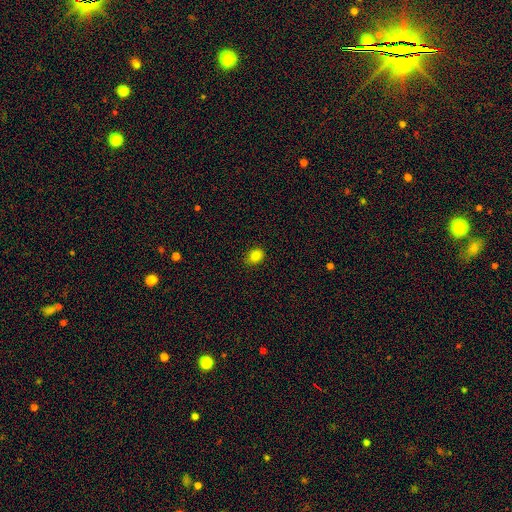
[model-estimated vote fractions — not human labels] Q: Smooth or featured?
A: smooth (84%); runner-up: star or artifact (12%)
Q: How rounded?
A: in between (62%); runner-up: round (37%)
Q: Merging?
A: none (85%); runner-up: minor disturbance (12%)